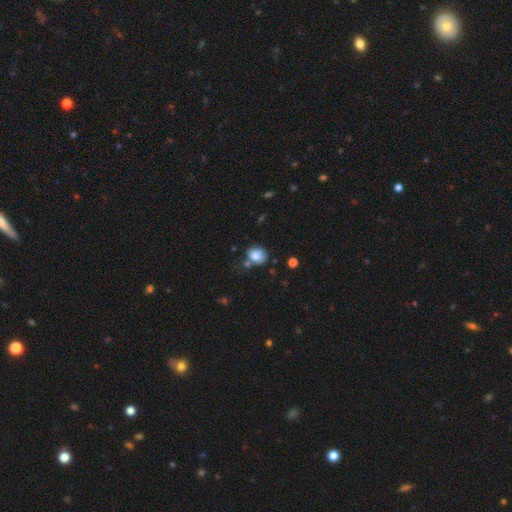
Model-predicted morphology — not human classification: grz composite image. It shows a smooth galaxy with no disk features (80%) that is round (53%). Merging: none (53%).